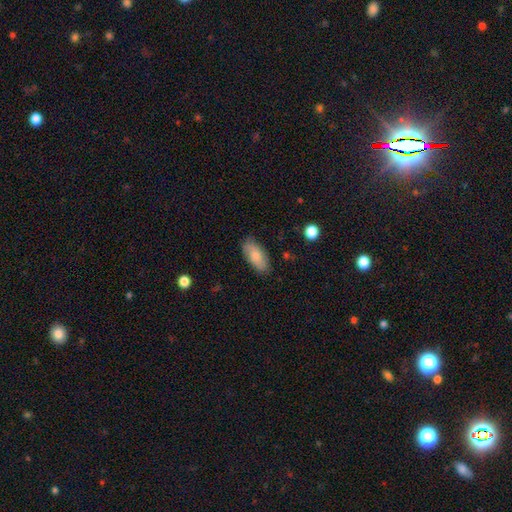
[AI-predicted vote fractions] This appears to be a smooth galaxy with no disk features (78%) that is in between round and cigar-shaped (89%). Merging: none (81%).